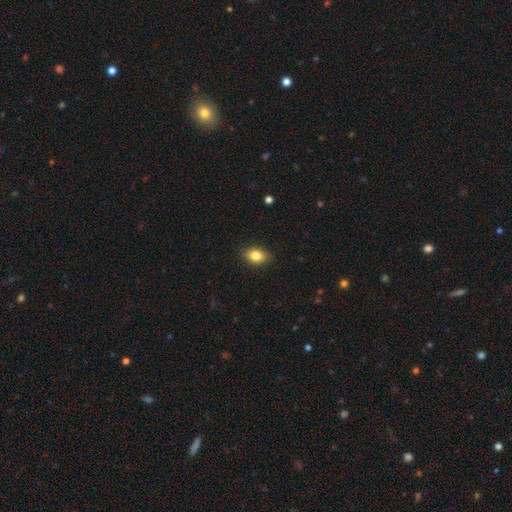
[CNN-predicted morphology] This is clearly a smooth galaxy (84%). How rounded: likely in between (73%). Merging: clearly none (88%).